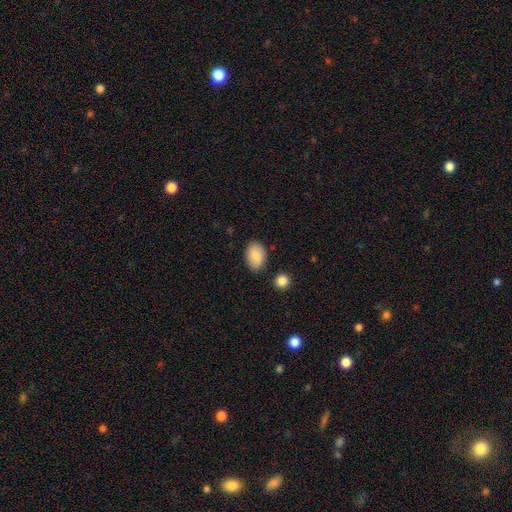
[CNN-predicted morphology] A smooth galaxy with no disk features (84%) that is in between round and cigar-shaped (87%). Merging: none (80%).